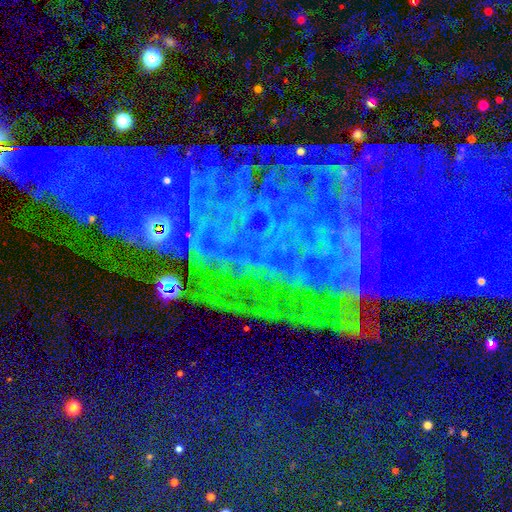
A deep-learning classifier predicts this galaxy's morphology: A star or artifact, not a galaxy (75%).